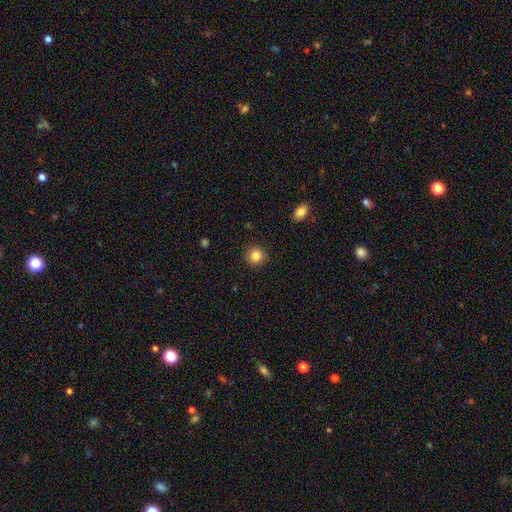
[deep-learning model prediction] The model was most divided on "smooth or featured": smooth: 84%, star or artifact: 11%, featured or disk: 6%. More confident: how rounded — round (92%); merging — none (91%).